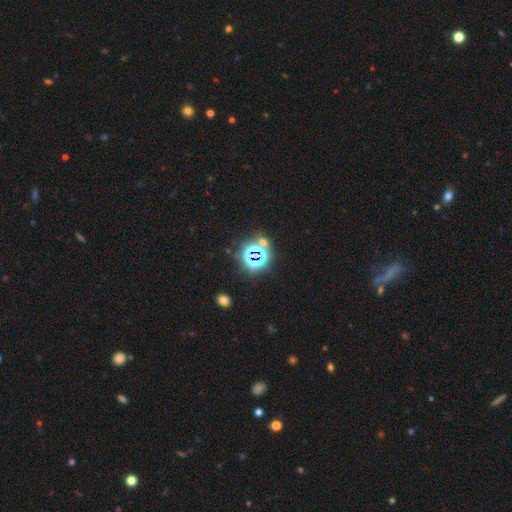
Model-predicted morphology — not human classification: The model was most divided on "smooth or featured": star or artifact: 75%, smooth: 17%, featured or disk: 8%.